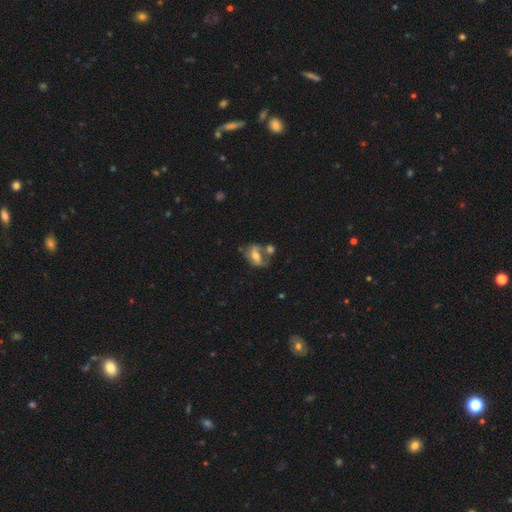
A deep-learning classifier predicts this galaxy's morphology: smooth-or-featured: smooth: 48% | featured or disk: 42% | star or artifact: 10%
  merging: none: 36% | merger: 33% | minor disturbance: 18% | major disturbance: 13%